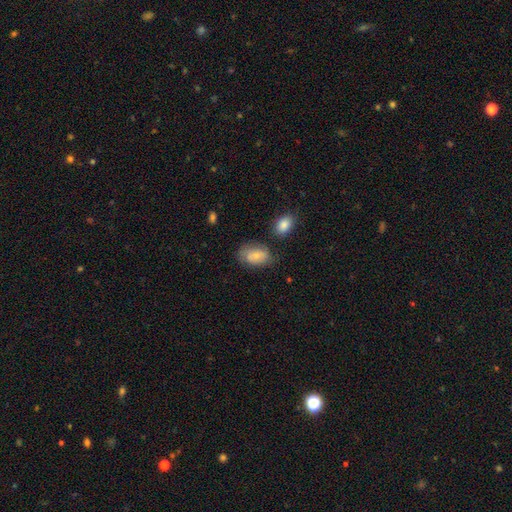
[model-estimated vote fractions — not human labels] A smooth galaxy with no disk features (68%) that is in between round and cigar-shaped (87%). Merging: none (59%).